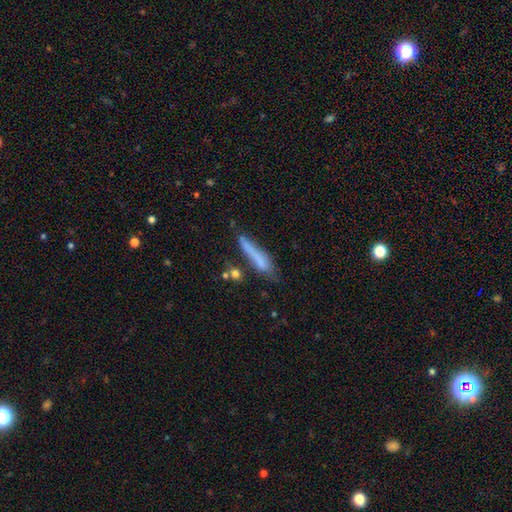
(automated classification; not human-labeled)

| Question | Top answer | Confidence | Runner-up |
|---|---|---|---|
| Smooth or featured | smooth | 62% | featured or disk (28%) |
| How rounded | cigar-shaped | 89% | in between (9%) |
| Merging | none | 60% | minor disturbance (23%) |